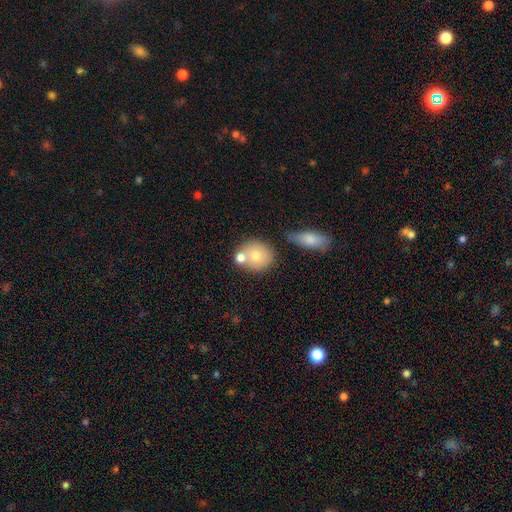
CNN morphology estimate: smooth_or_featured: smooth (p=0.73) [alt: featured or disk p=0.18]
how_rounded: round (p=0.78) [alt: in between p=0.21]
merging: none (p=0.53) [alt: merger p=0.31]